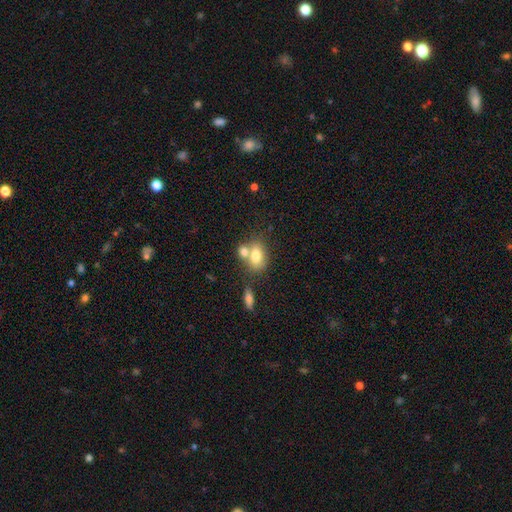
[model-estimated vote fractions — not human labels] This appears to be a smooth galaxy with no disk features (75%) that is in between round and cigar-shaped (76%). Merging: merger (47%).